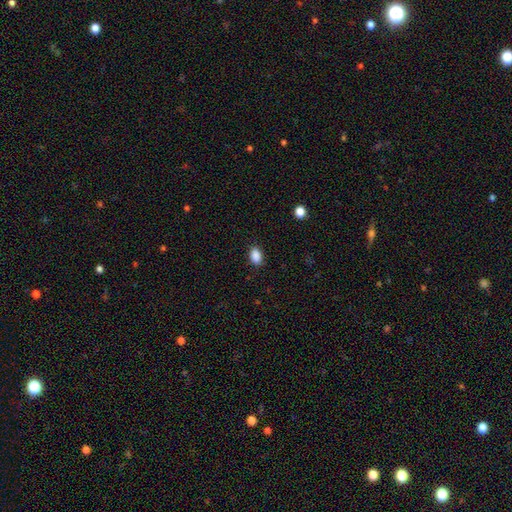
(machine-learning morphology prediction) A smooth galaxy with no disk features (88%) that is in between round and cigar-shaped (86%). Merging: none (87%).